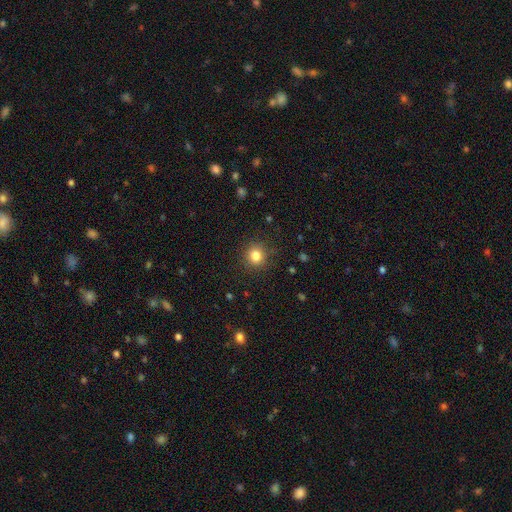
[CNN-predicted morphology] Overall: smooth (83%). How rounded: round (89%). Merging: none (89%).